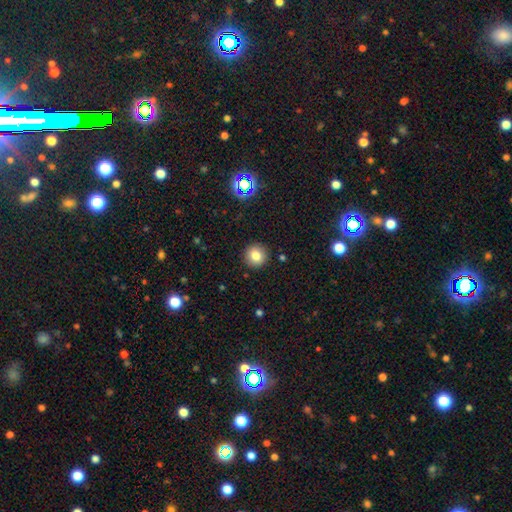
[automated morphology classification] Smooth or featured?
  - smooth: 80% *
  - star or artifact: 11%
  - featured or disk: 8%
How rounded?
  - round: 95% *
  - in between: 4%
  - cigar-shaped: 1%
Merging?
  - none: 92% *
  - minor disturbance: 5%
  - major disturbance: 2%
  - merger: 1%